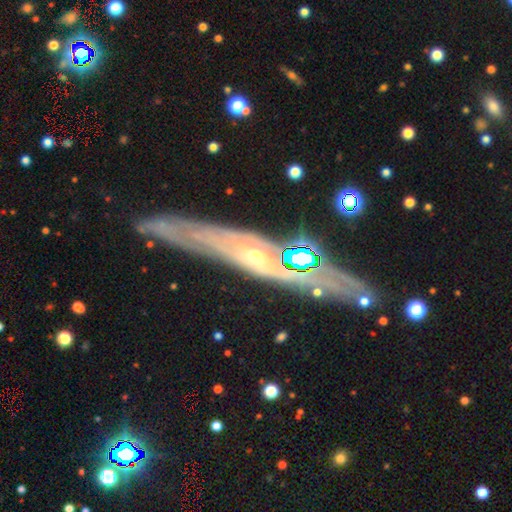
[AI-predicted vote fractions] featured or disk 78%, smooth 13%, star or artifact 9%. Down the decision tree: edge-on disk — yes (69%); edge-on bulge — rounded (57%); merging — none (78%).